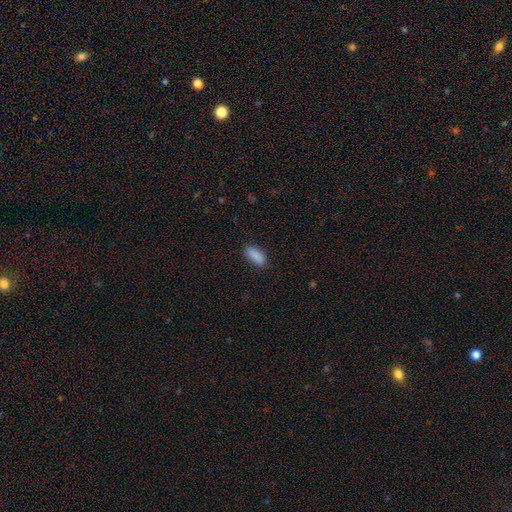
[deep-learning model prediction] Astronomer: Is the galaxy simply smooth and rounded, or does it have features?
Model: smooth — 89%.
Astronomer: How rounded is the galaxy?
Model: in between — 78%.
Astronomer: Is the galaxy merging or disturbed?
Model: none — 87%.